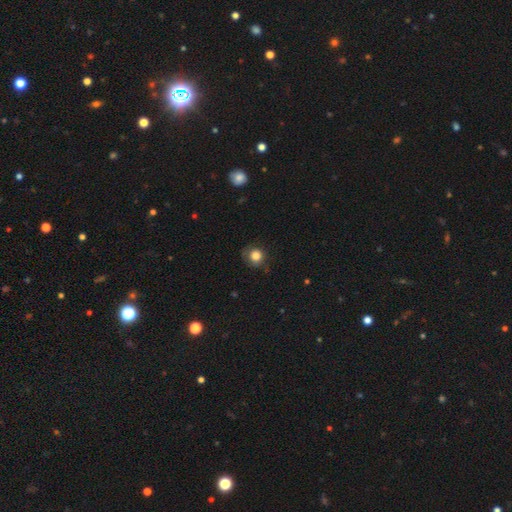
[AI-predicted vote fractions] Q: Smooth or featured?
A: smooth (82%); runner-up: star or artifact (10%)
Q: How rounded?
A: round (87%); runner-up: in between (12%)
Q: Merging?
A: none (72%); runner-up: minor disturbance (20%)